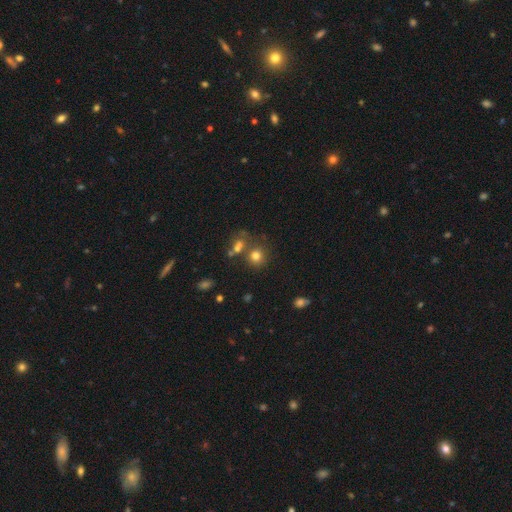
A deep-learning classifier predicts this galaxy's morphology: Smooth or featured? smooth (75%)
How rounded? round (84%)
Merging? none (63%)